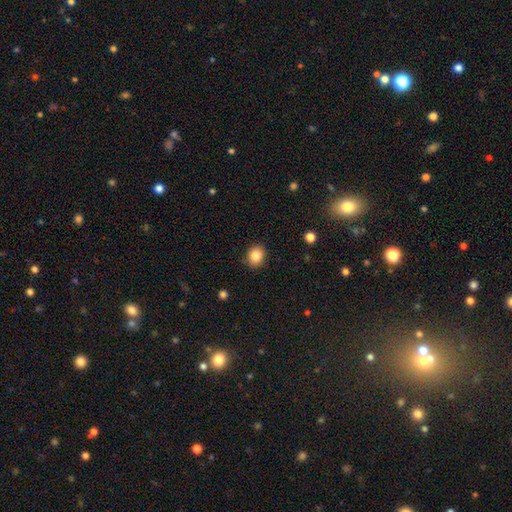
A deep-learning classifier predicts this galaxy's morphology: smooth 85%, star or artifact 10%, featured or disk 6%. Down the decision tree: how rounded — round (56%); merging — none (88%).